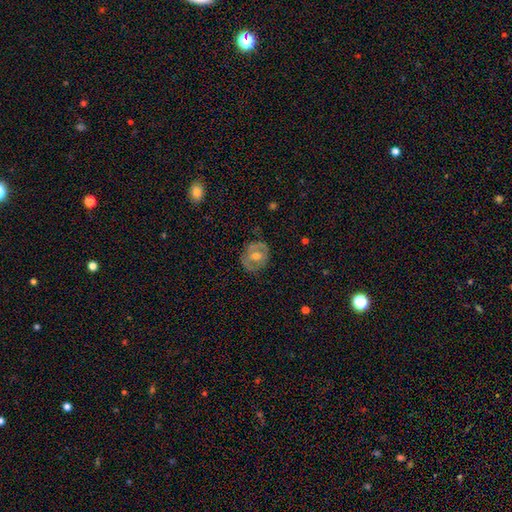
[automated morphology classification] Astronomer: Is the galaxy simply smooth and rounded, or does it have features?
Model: featured or disk — 58%.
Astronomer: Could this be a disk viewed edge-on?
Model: no — 95%.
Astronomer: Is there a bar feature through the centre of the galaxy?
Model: no — 59%.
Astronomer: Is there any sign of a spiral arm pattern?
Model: no — 58% (runner-up: yes, 42%).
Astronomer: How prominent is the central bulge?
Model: moderate — 70%.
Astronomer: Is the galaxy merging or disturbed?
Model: none — 78%.